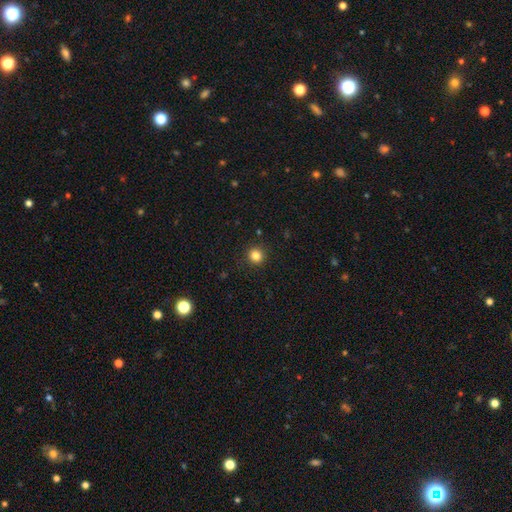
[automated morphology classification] A smooth galaxy with no disk features (84%) that is round (89%).

Vote fractions:
- Smooth or featured? smooth: 84% / star or artifact: 12% / featured or disk: 4%
- How rounded? round: 89% / in between: 10% / cigar-shaped: 1%
- Merging? none: 91% / minor disturbance: 6% / major disturbance: 2% / merger: 1%